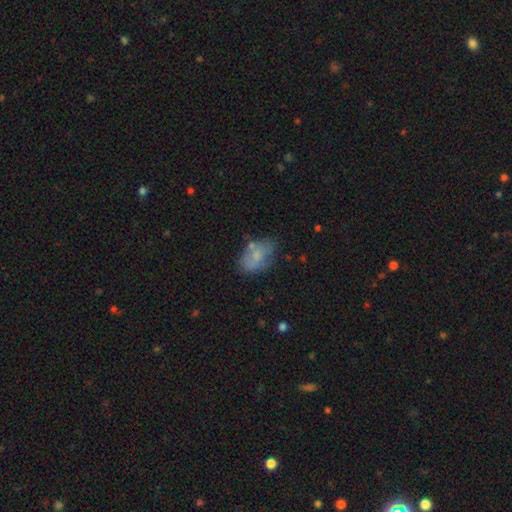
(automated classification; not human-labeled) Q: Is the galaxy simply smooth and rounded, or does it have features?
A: smooth — 66%.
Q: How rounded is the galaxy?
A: in between — 87%.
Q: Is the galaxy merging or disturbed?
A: none — 56%.